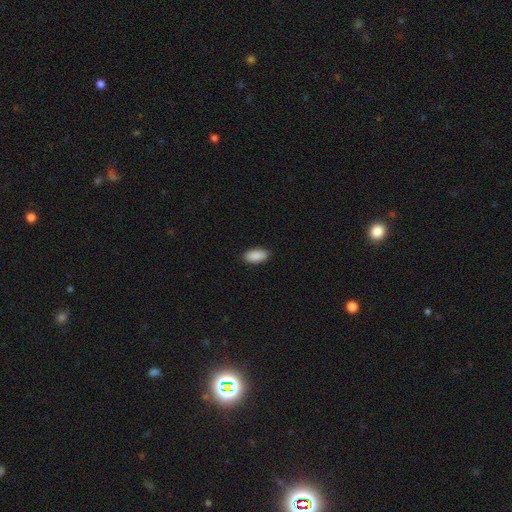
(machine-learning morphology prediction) smooth-or-featured: smooth: 90% | star or artifact: 6% | featured or disk: 3%
  how-rounded: in between: 93% | cigar-shaped: 4% | round: 2%
  merging: none: 89% | minor disturbance: 9% | major disturbance: 2% | merger: 1%